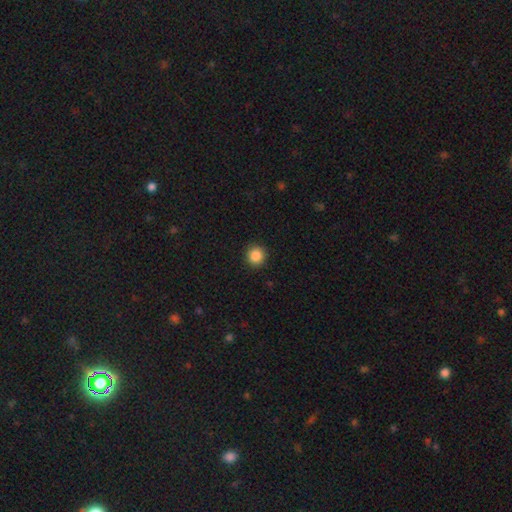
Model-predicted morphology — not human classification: Overall: smooth (87%). How rounded: round (93%). Merging: none (92%).